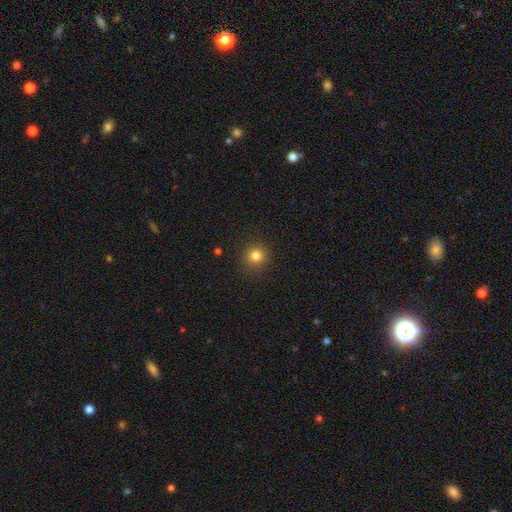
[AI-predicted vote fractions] A smooth galaxy with no disk features (82%) that is round (93%).

Vote fractions:
- Smooth or featured? smooth: 82% / star or artifact: 13% / featured or disk: 5%
- How rounded? round: 93% / in between: 6% / cigar-shaped: 1%
- Merging? none: 91% / minor disturbance: 6% / major disturbance: 2% / merger: 1%